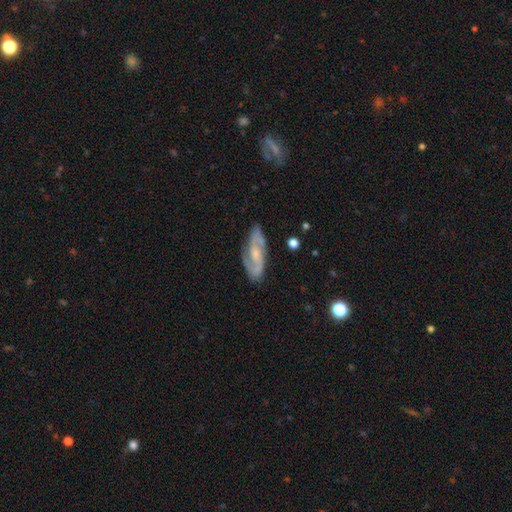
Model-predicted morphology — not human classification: Overall: featured or disk (80%). Edge-on disk: no (91%). Bar: no (44%; weak 43%). Spiral arms: yes (94%). Spiral arm count: 2 (85%). Spiral winding: medium (50%; tight 32%). Bulge size: small (49%; moderate 34%). Merging: none (79%).